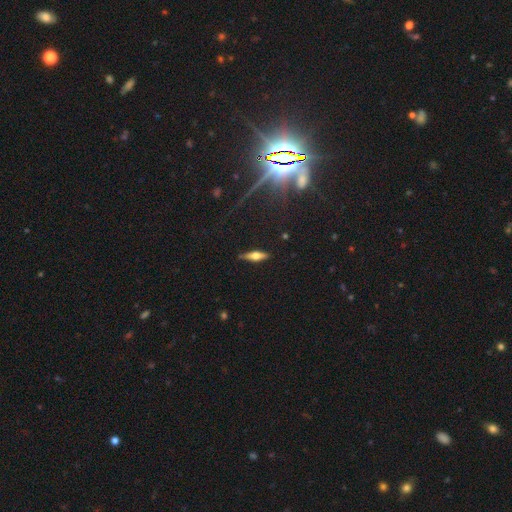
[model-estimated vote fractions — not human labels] Morphology: type=featured or disk (56%); edge-on=yes (94%); edge-on bulge=rounded (91%); merging=none (87%).